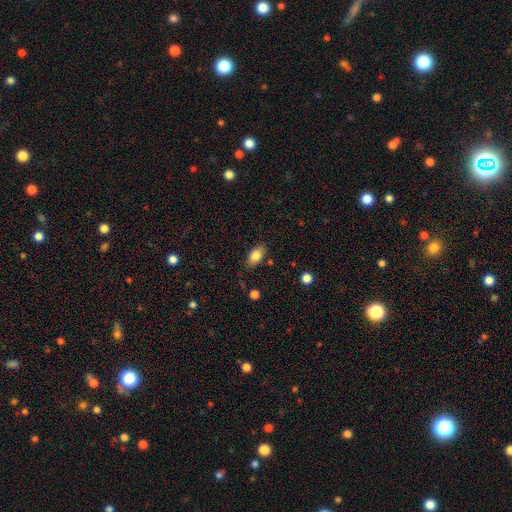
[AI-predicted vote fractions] This is clearly a smooth galaxy (82%). How rounded: clearly in between (89%). Merging: clearly none (83%).